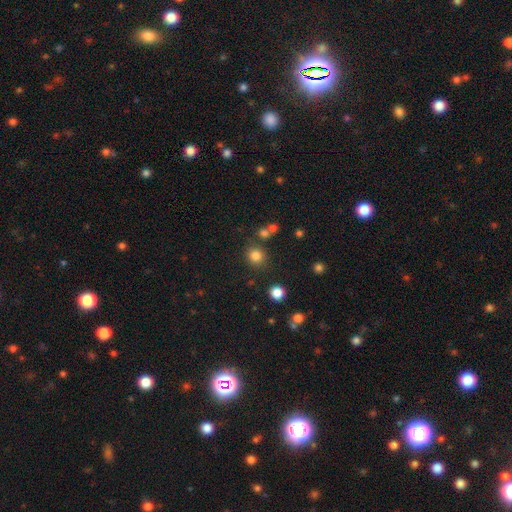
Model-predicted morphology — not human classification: The model was most divided on "smooth or featured": smooth: 80%, star or artifact: 14%, featured or disk: 5%. More confident: how rounded — round (88%); merging — none (81%).